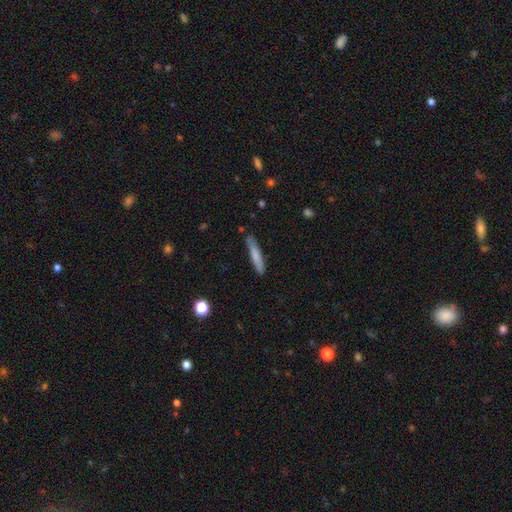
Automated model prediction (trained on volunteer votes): Morphology: type=smooth (75%); roundness=cigar-shaped (92%); merging=none (84%).